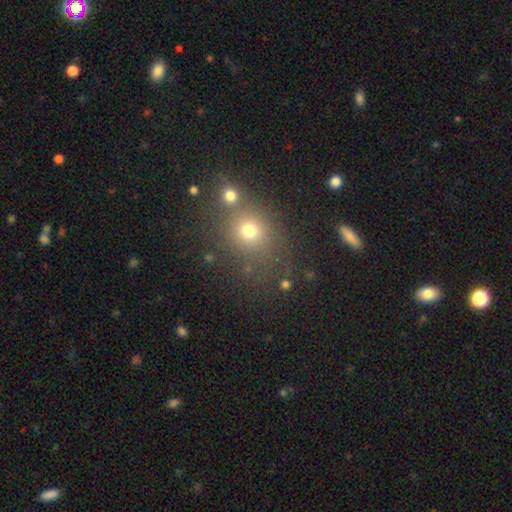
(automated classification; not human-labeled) Smooth or featured: smooth — 57% (star or artifact — 33%)
How rounded: round — 79% (in between — 20%)
Merging: none — 74% (merger — 12%)